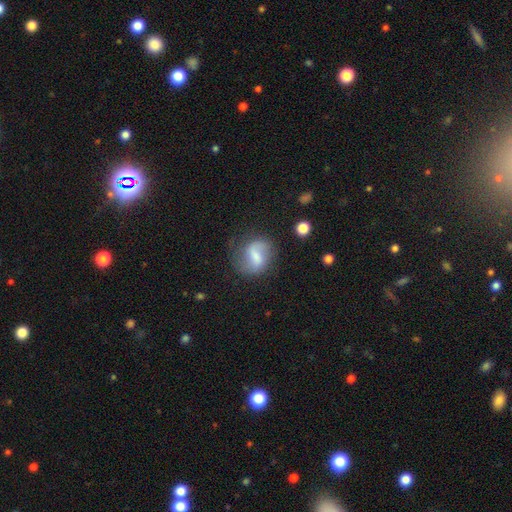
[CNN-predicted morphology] Overall: featured or disk (54%; smooth 38%). Edge-on disk: no (97%). Bar: weak (50%; strong 29%). Spiral arms: yes (82%). Bulge size: moderate (35%; small 34%). Merging: none (61%; minor disturbance 22%).